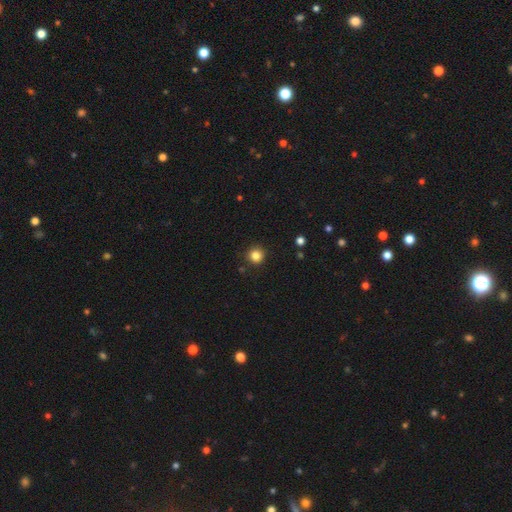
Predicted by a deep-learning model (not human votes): A smooth galaxy with no disk features (84%) that is round (95%). Merging: none (90%).